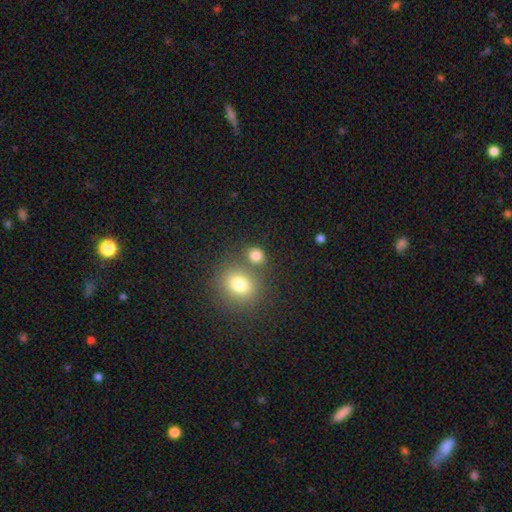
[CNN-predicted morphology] Overall: smooth (80%). How rounded: round (69%; in between 30%). Merging: none (63%; merger 23%).